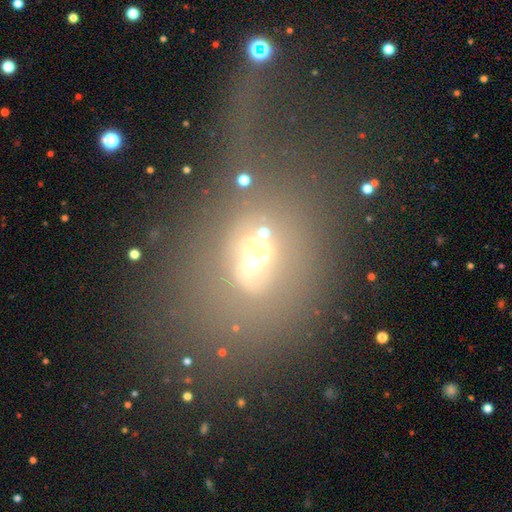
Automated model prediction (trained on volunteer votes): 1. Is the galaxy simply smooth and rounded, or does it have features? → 37% smooth, 36% featured or disk, 27% star or artifact.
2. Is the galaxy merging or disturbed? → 36% major disturbance, 29% none, 20% merger, 15% minor disturbance.